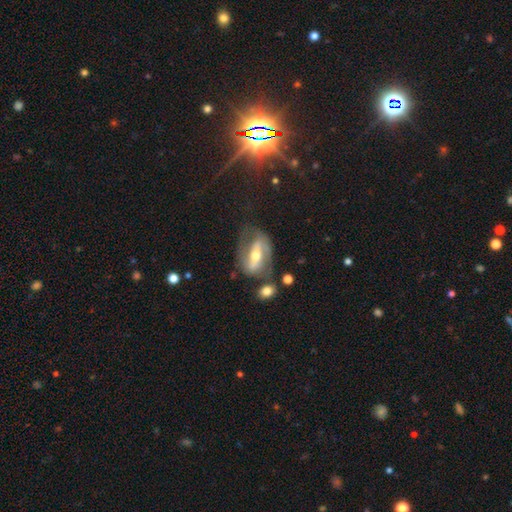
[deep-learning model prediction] Smooth or featured?
  - featured or disk: 77% *
  - smooth: 16%
  - star or artifact: 6%
Edge-on disk?
  - no: 91% *
  - yes: 9%
Bar?
  - strong: 57% *
  - weak: 27%
  - no: 16%
Spiral arms?
  - yes: 81% *
  - no: 19%
Spiral winding?
  - medium: 43% *
  - loose: 32%
  - tight: 24%
Spiral arm count?
  - 2: 83% *
  - can't tell: 10%
  - 1: 5%
  - 3: 1%
  - 4: 1%
  - more than 4: 1%
Bulge size?
  - moderate: 67% *
  - small: 24%
  - large: 6%
  - none: 1%
  - dominant: 1%
Merging?
  - none: 58% *
  - minor disturbance: 21%
  - major disturbance: 14%
  - merger: 7%